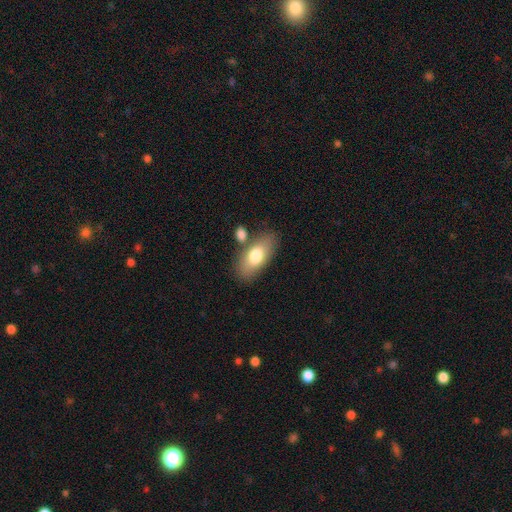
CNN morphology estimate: Smooth or featured: smooth — 75% (featured or disk — 19%)
How rounded: in between — 88% (cigar-shaped — 8%)
Merging: none — 71% (merger — 13%)